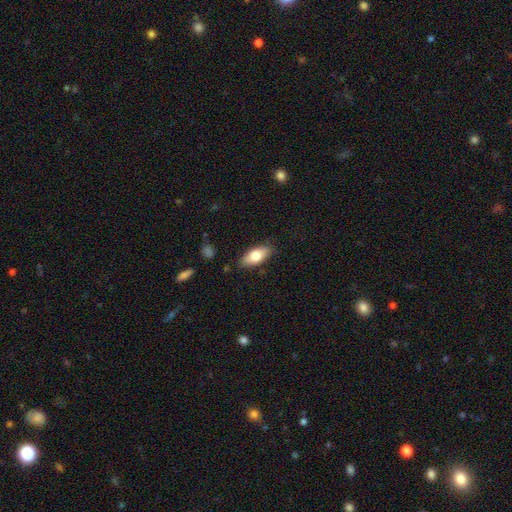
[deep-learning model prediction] smooth 74%, featured or disk 20%, star or artifact 7%. Down the decision tree: how rounded — in between (83%); merging — none (84%).